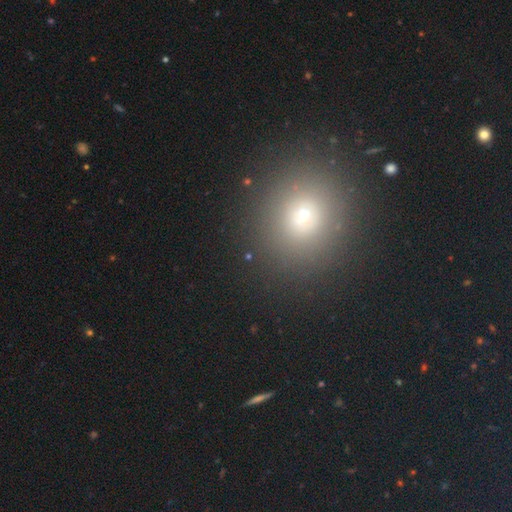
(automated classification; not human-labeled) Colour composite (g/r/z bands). It shows a smooth galaxy with no disk features (64%) that is round (79%). Merging: none (92%).